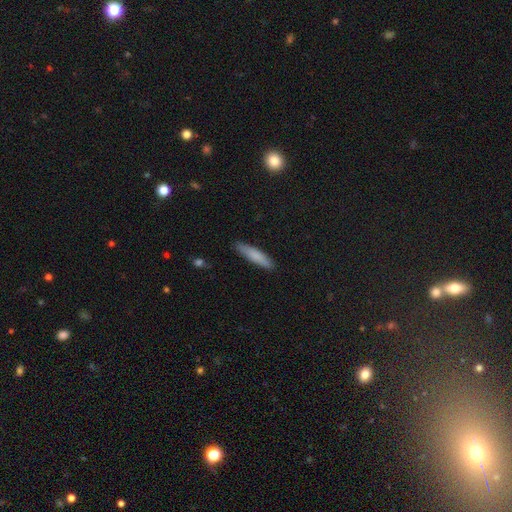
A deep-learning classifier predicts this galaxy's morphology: type=smooth (79%); roundness=cigar-shaped (83%); merging=none (86%).